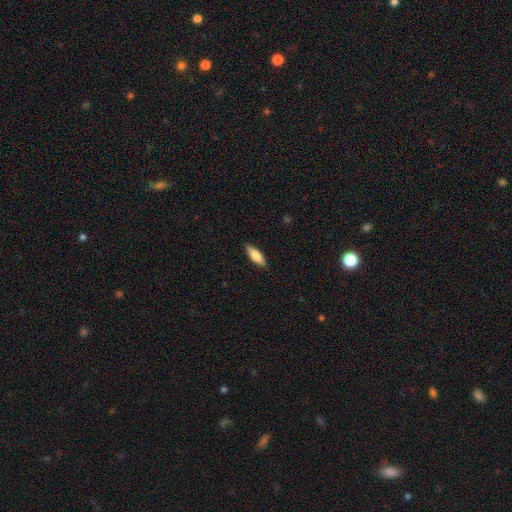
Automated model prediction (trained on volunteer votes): Smooth or featured? Predicted: smooth (p=0.79). How rounded? Predicted: in between (p=0.56). Merging? Predicted: none (p=0.88).